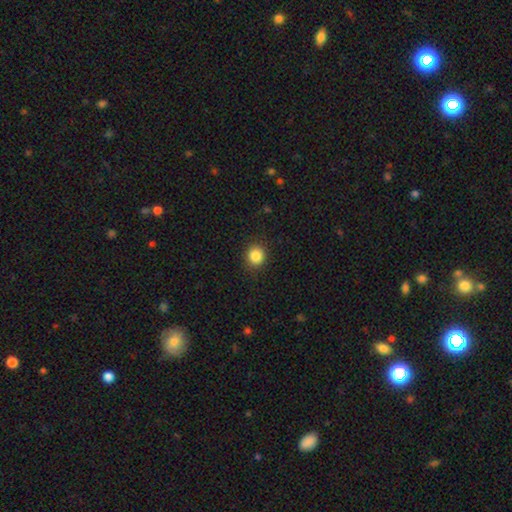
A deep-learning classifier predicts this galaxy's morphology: Smooth or featured: smooth — 85% (star or artifact — 10%)
How rounded: round — 87% (in between — 12%)
Merging: none — 90% (minor disturbance — 7%)